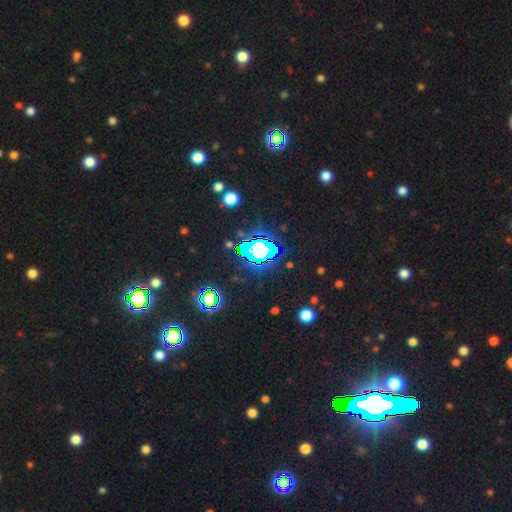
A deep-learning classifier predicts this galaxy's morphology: Smooth or featured?
  - star or artifact: 83% *
  - smooth: 10%
  - featured or disk: 7%